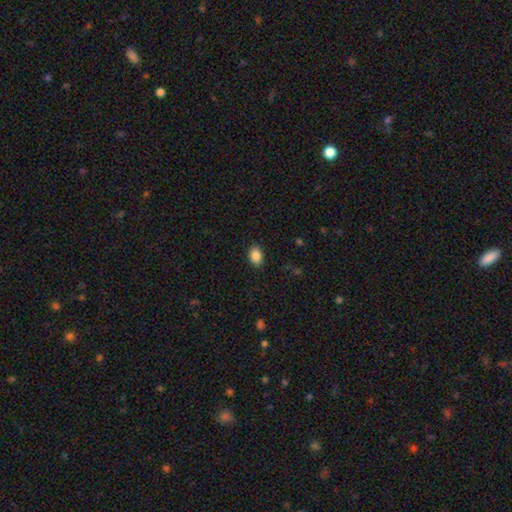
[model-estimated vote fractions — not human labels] A smooth galaxy with no disk features (87%) that is in between round and cigar-shaped (82%). Merging: none (87%).